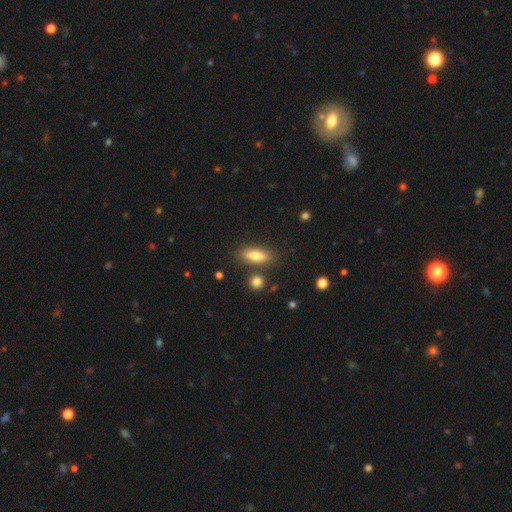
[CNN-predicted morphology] This appears to be a smooth galaxy with no disk features (75%) that is in between round and cigar-shaped (57%). Merging: none (82%).